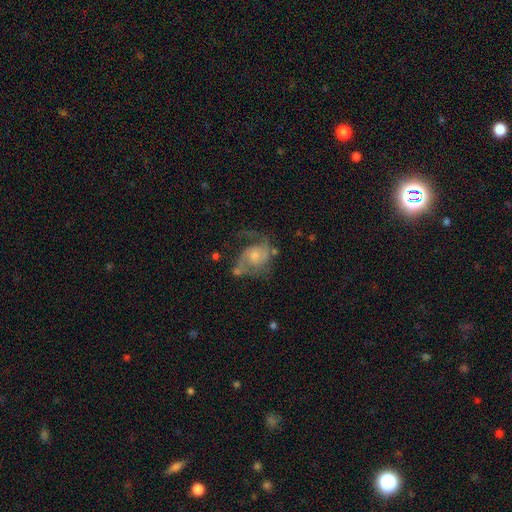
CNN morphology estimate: A featured or disk galaxy (82%) with no bar (63%), 2 (81%) medium (51%) spiral arms (94%) and a moderate central bulge (43%). Merging: none (50%).